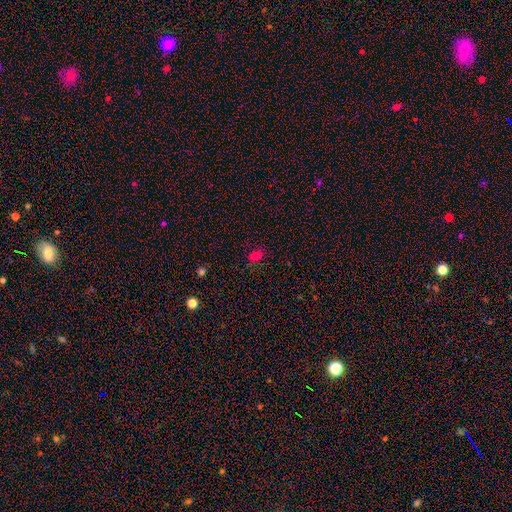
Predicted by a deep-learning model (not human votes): Smooth or featured?
  - smooth: 75% *
  - star or artifact: 20%
  - featured or disk: 5%
How rounded?
  - in between: 68% *
  - round: 31%
  - cigar-shaped: 2%
Merging?
  - none: 81% *
  - minor disturbance: 13%
  - major disturbance: 4%
  - merger: 2%